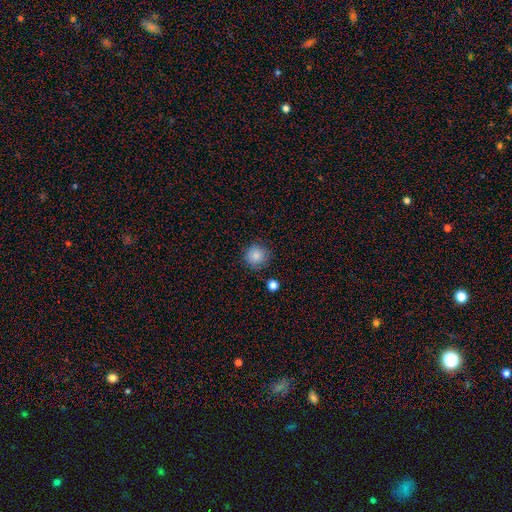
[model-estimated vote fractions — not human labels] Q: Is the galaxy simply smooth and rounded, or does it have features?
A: smooth — 84%.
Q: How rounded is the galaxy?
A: round — 93%.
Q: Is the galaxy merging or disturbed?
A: none — 84%.